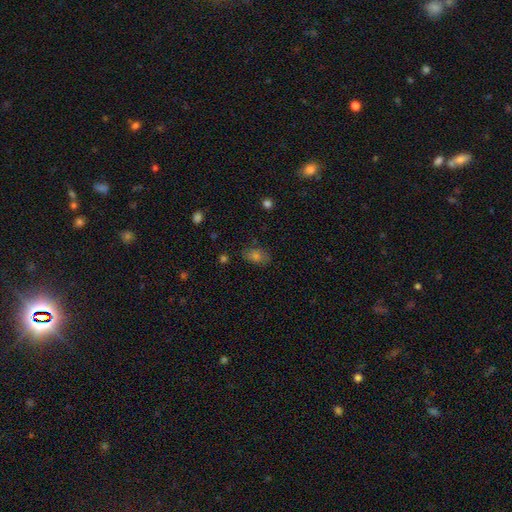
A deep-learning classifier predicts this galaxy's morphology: Smooth or featured? smooth (70%)
How rounded? in between (81%)
Merging? none (80%)